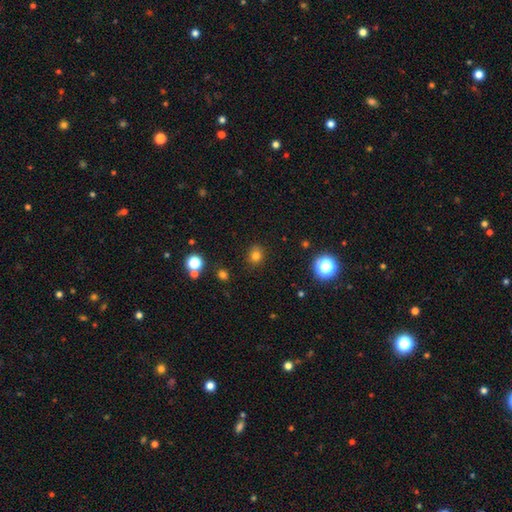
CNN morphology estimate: Smooth or featured? Predicted: smooth (p=0.78). How rounded? Predicted: round (p=0.76). Merging? Predicted: none (p=0.85).